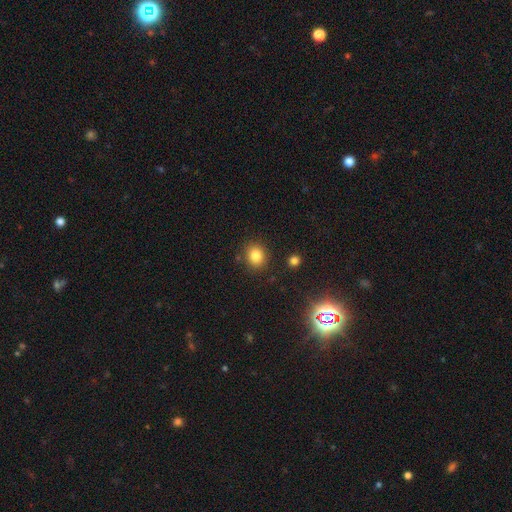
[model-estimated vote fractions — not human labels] Overall: smooth (81%). How rounded: round (75%). Merging: none (86%).